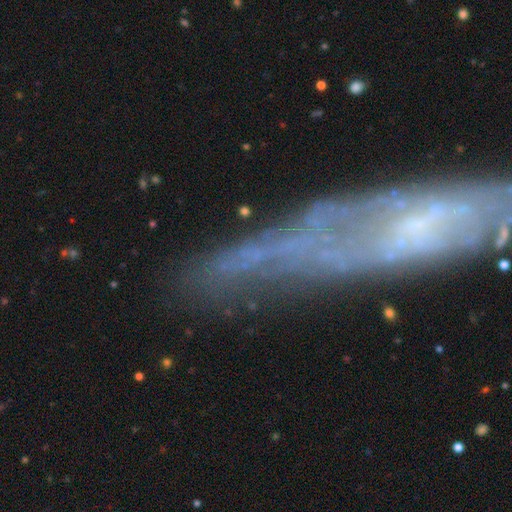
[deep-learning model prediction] This is possibly a featured or disk galaxy (49%). Merging: possibly none (58%).